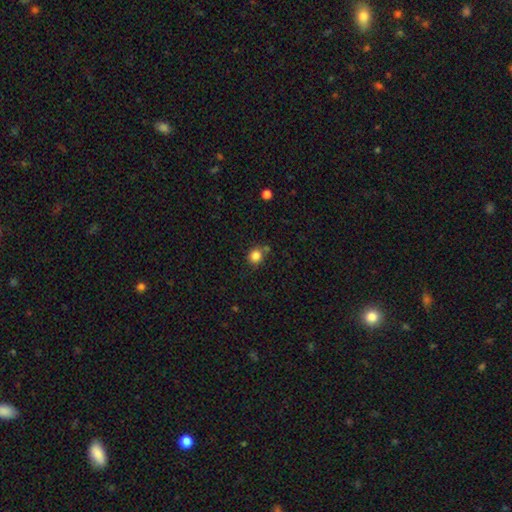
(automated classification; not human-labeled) Smooth or featured? smooth (84%)
How rounded? round (82%)
Merging? none (70%)